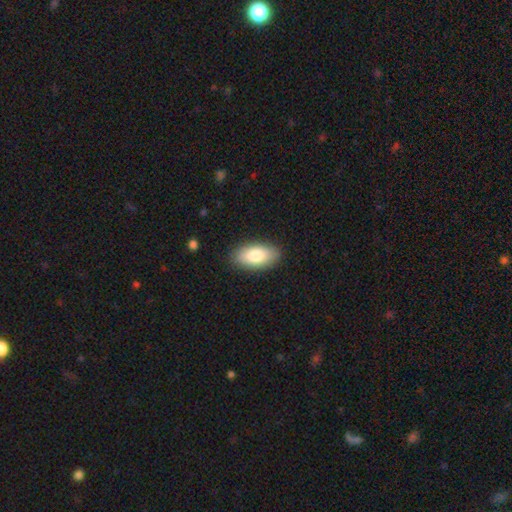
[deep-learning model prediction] Q: Smooth or featured?
A: smooth (80%); runner-up: featured or disk (14%)
Q: How rounded?
A: in between (93%); runner-up: cigar-shaped (4%)
Q: Merging?
A: none (87%); runner-up: minor disturbance (9%)